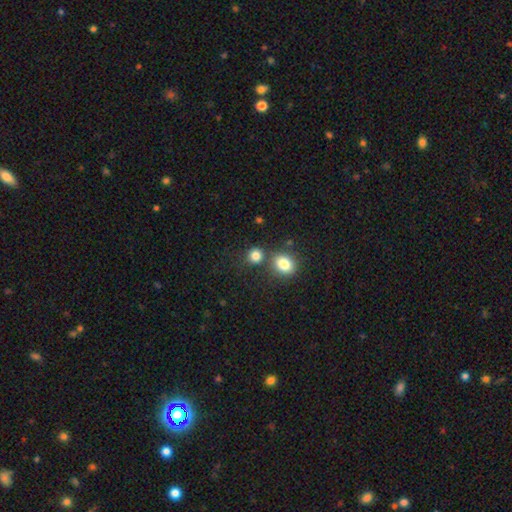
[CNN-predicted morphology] smooth-or-featured: smooth: 82% | star or artifact: 12% | featured or disk: 6%
  how-rounded: round: 81% | in between: 18% | cigar-shaped: 1%
  merging: none: 64% | merger: 22% | minor disturbance: 10% | major disturbance: 4%